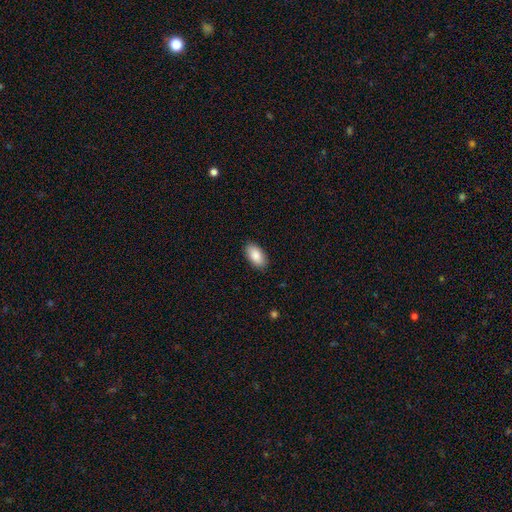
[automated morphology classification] The model was most divided on "smooth or featured": smooth: 87%, star or artifact: 7%, featured or disk: 7%. More confident: how rounded — in between (94%); merging — none (89%).